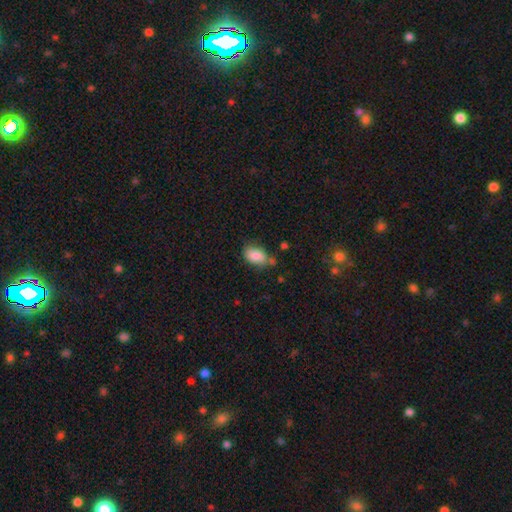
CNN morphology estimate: Overall: smooth (85%). How rounded: in between (88%). Merging: none (60%; minor disturbance 26%).